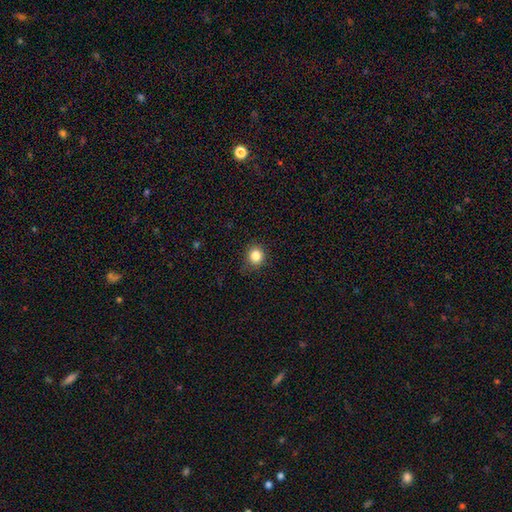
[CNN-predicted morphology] Smooth or featured: smooth — 84% (star or artifact — 12%)
How rounded: round — 88% (in between — 11%)
Merging: none — 86% (minor disturbance — 10%)